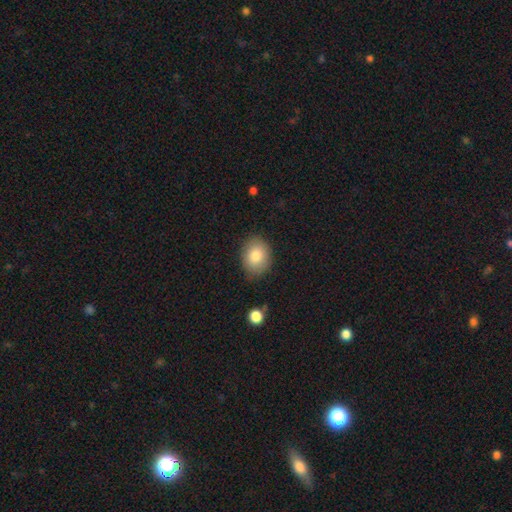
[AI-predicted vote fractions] Morphology: type=smooth (81%); roundness=in between (56%); merging=none (80%).